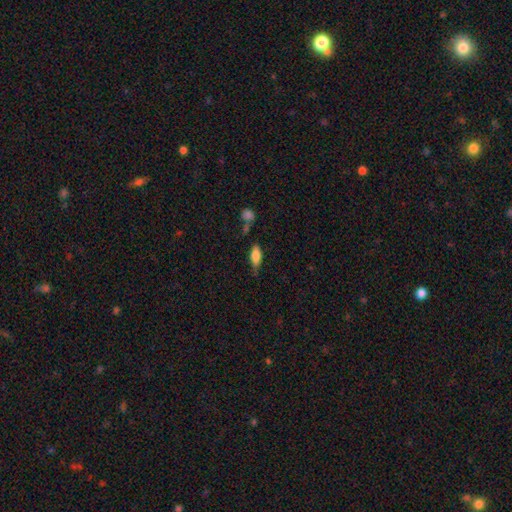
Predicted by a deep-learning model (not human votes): Overall: smooth (76%). How rounded: in between (74%). Merging: none (64%; minor disturbance 25%).